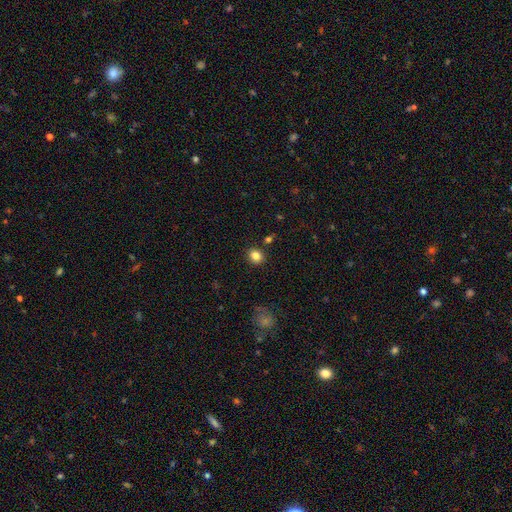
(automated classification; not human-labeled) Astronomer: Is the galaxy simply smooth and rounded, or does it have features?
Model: smooth — 83%.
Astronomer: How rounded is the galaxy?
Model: round — 67%.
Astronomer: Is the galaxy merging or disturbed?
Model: none — 87%.